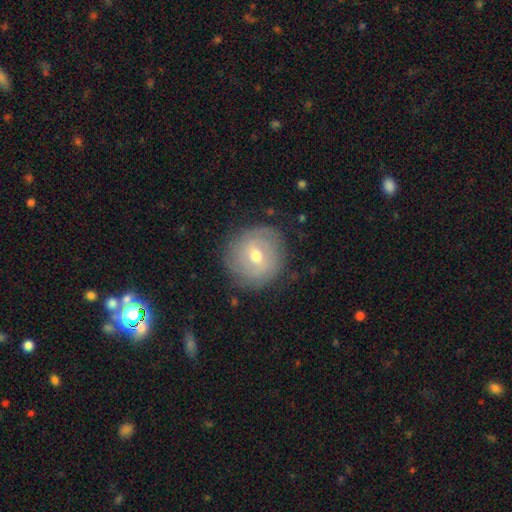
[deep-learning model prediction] A featured or disk galaxy (61%) with a weak bar (48%), spiral arms (79%) and a moderate central bulge (60%). Merging: none (84%).